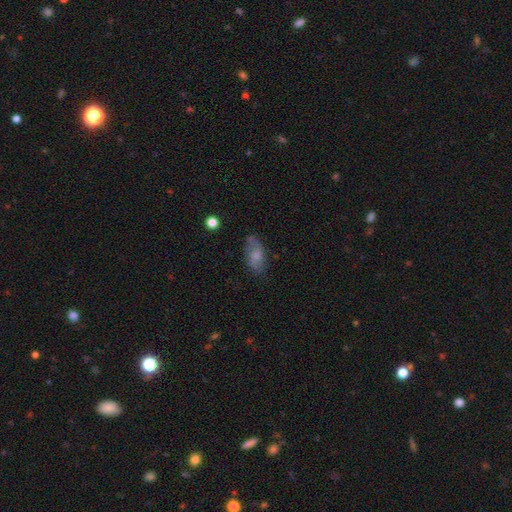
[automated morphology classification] Smooth or featured? Predicted: smooth (p=0.62). How rounded? Predicted: in between (p=0.89). Merging? Predicted: none (p=0.67).